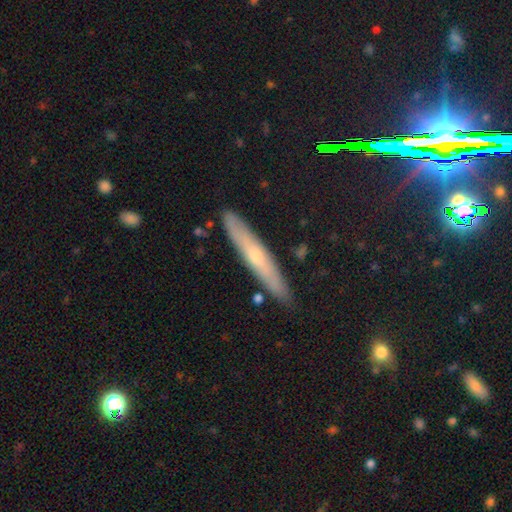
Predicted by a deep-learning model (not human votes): This is possibly a featured or disk galaxy (52%). It is clearly viewed edge-on (86%). Merging: clearly none (87%).